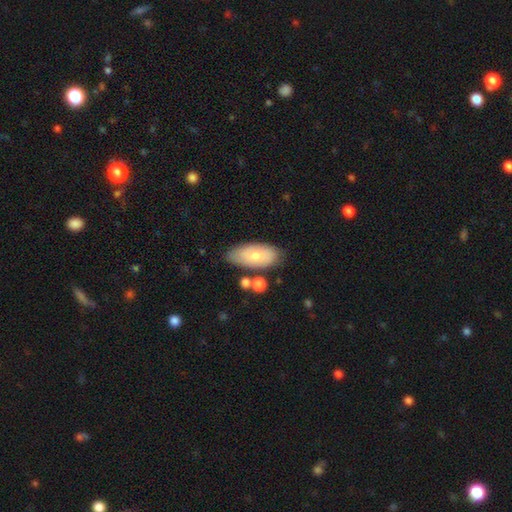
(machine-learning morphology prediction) smooth_or_featured: smooth (p=0.69) [alt: featured or disk p=0.25]
how_rounded: in between (p=0.90) [alt: cigar-shaped p=0.07]
merging: none (p=0.70) [alt: minor disturbance p=0.17]